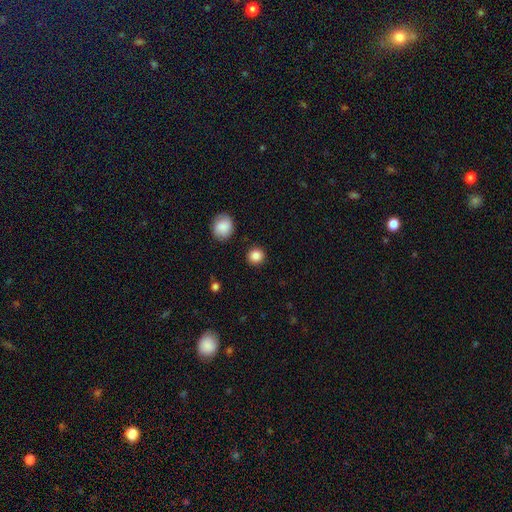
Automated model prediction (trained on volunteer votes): Smooth or featured: smooth — 86% (star or artifact — 10%)
How rounded: round — 91% (in between — 8%)
Merging: none — 90% (minor disturbance — 6%)